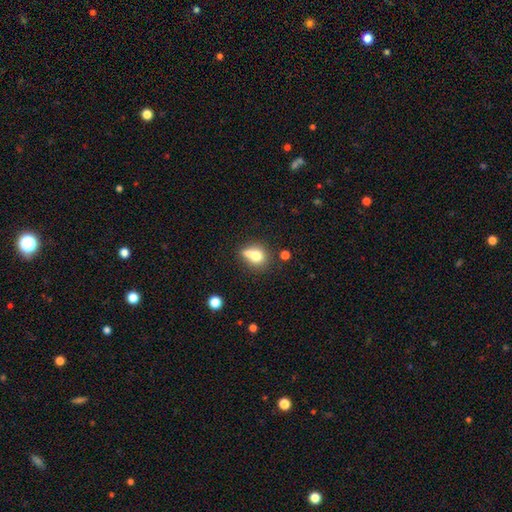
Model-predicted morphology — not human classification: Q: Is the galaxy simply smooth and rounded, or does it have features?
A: smooth — 72%.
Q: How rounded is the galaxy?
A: round — 60%.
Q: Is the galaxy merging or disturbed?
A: none — 39%, tied with merger.